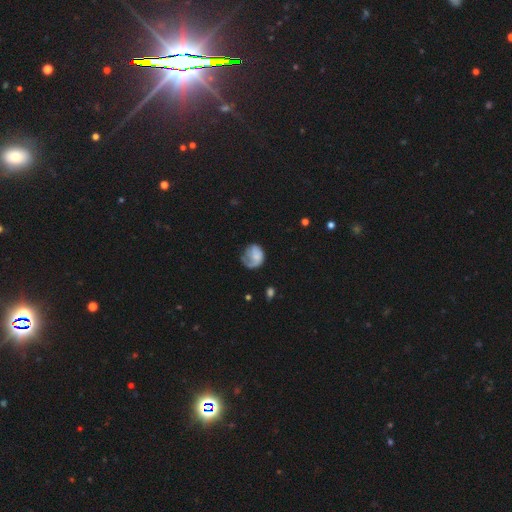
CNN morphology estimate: type=smooth (51%); roundness=round (60%); merging=none (36%).